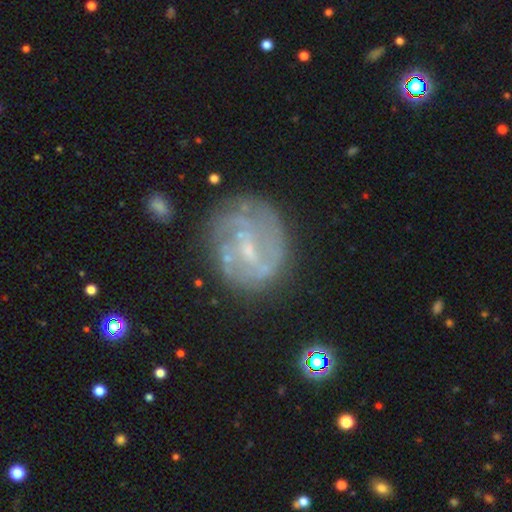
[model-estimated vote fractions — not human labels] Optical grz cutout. It shows a featured or disk galaxy (75%) with a weak bar (52%), tight (43%) spiral arms (77%) and a small central bulge (67%). Merging: none (68%).